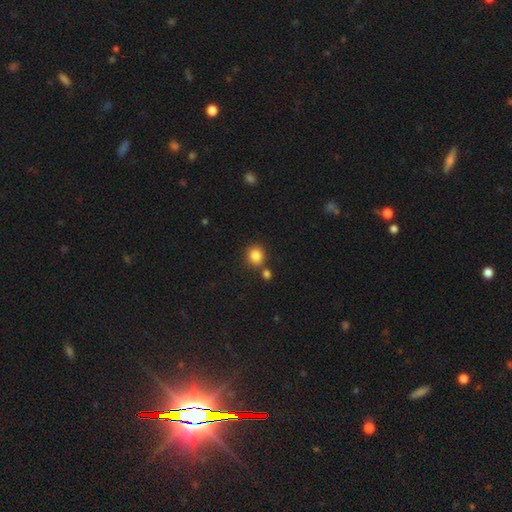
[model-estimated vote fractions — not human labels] Q: Smooth or featured?
A: smooth (85%); runner-up: star or artifact (10%)
Q: How rounded?
A: round (77%); runner-up: in between (22%)
Q: Merging?
A: none (74%); runner-up: merger (14%)